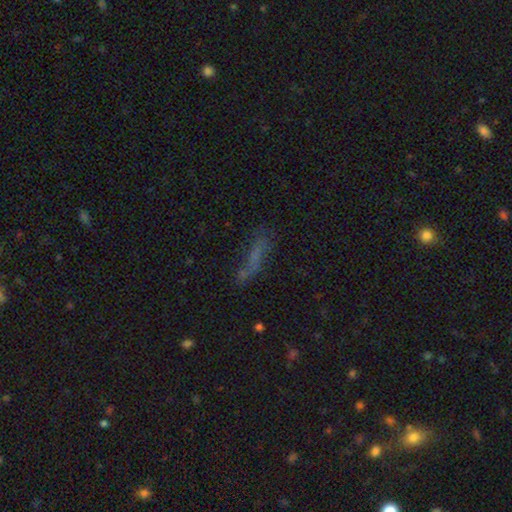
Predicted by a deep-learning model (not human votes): This is possibly a smooth galaxy (51%). How rounded: likely cigar-shaped (68%). Merging: possibly none (50%).